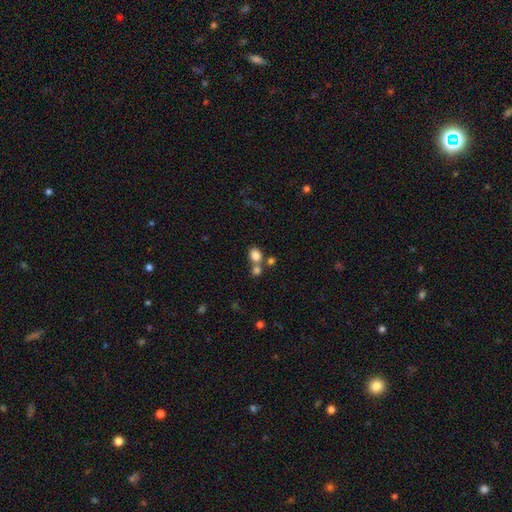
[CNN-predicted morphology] Smooth or featured?
  - smooth: 80% *
  - star or artifact: 12%
  - featured or disk: 8%
How rounded?
  - round: 58% *
  - in between: 41%
  - cigar-shaped: 1%
Merging?
  - none: 49% *
  - merger: 38%
  - minor disturbance: 9%
  - major disturbance: 4%